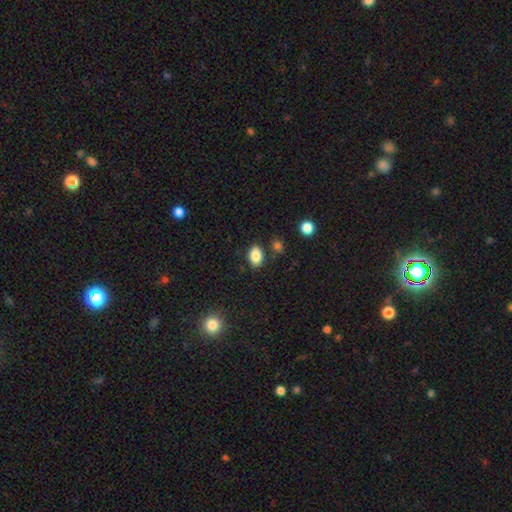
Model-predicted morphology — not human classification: smooth_or_featured: smooth (p=0.85) [alt: star or artifact p=0.09]
how_rounded: in between (p=0.86) [alt: round p=0.12]
merging: none (p=0.83) [alt: minor disturbance p=0.11]